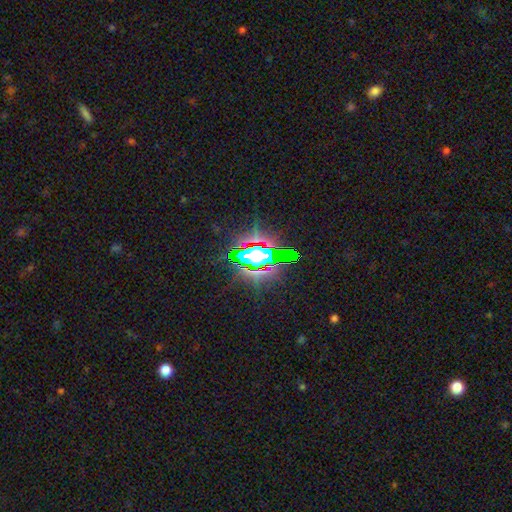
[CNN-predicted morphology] smooth_or_featured: star or artifact (p=0.68) [alt: smooth p=0.18]